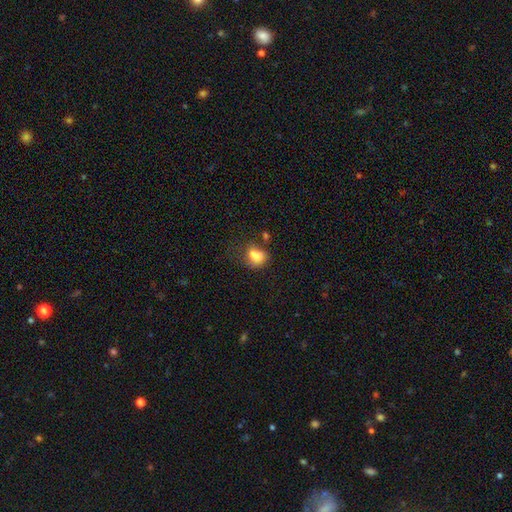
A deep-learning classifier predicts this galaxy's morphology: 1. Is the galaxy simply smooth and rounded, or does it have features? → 75% smooth, 13% featured or disk, 12% star or artifact.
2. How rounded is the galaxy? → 62% in between, 36% round, 2% cigar-shaped.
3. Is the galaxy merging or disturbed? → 35% none, 30% merger, 22% minor disturbance, 14% major disturbance.